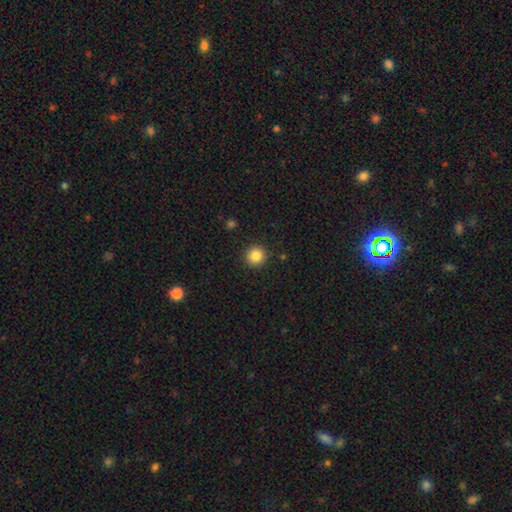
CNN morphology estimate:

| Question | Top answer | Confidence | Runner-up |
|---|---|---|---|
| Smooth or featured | smooth | 85% | star or artifact (10%) |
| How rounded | round | 94% | in between (5%) |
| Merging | none | 91% | minor disturbance (6%) |